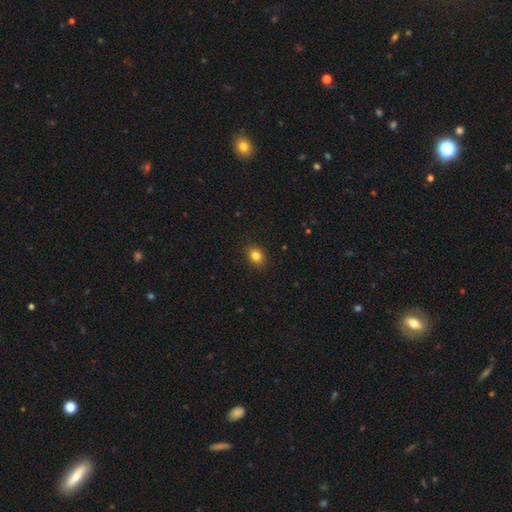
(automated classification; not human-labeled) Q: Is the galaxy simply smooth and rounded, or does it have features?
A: smooth — 83%.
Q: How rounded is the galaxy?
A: in between — 51%.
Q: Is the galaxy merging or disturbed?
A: none — 89%.